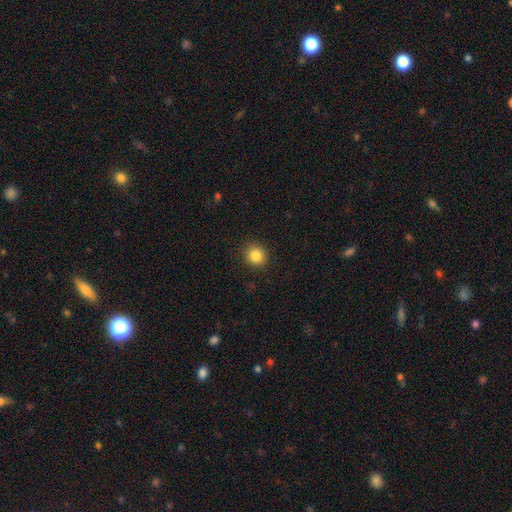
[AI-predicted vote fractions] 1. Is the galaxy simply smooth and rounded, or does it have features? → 85% smooth, 10% star or artifact, 5% featured or disk.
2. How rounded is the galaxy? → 87% round, 12% in between, 1% cigar-shaped.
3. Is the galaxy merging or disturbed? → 91% none, 6% minor disturbance, 2% major disturbance, 1% merger.